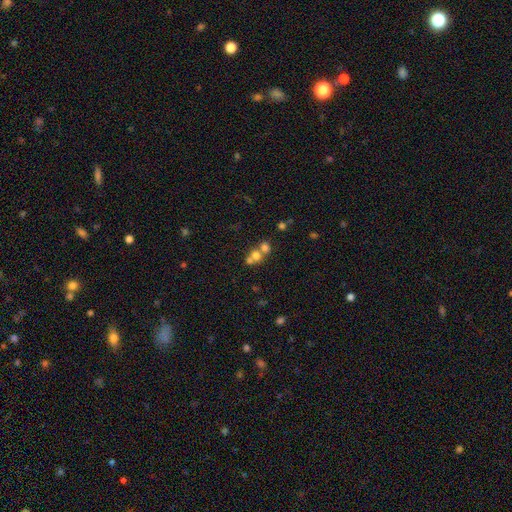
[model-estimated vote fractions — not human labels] smooth_or_featured: smooth (p=0.66) [alt: featured or disk p=0.18]
how_rounded: round (p=0.72) [alt: in between p=0.26]
merging: merger (p=0.59) [alt: none p=0.32]